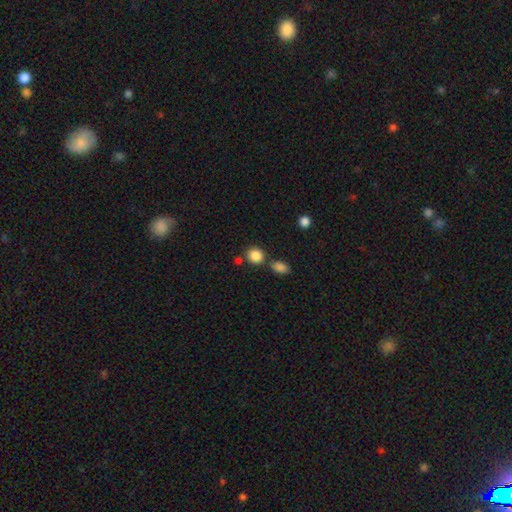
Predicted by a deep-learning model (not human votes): smooth-or-featured: smooth: 86% | star or artifact: 9% | featured or disk: 4%
  how-rounded: round: 79% | in between: 20% | cigar-shaped: 1%
  merging: none: 68% | merger: 18% | minor disturbance: 11% | major disturbance: 4%